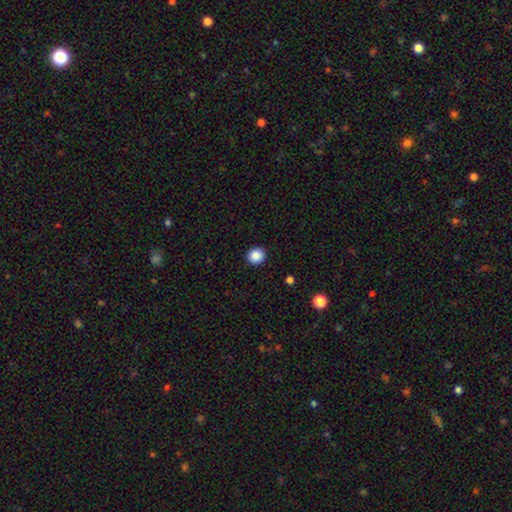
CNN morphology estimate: Smooth or featured: smooth — 88% (star or artifact — 9%)
How rounded: round — 90% (in between — 9%)
Merging: none — 92% (minor disturbance — 5%)